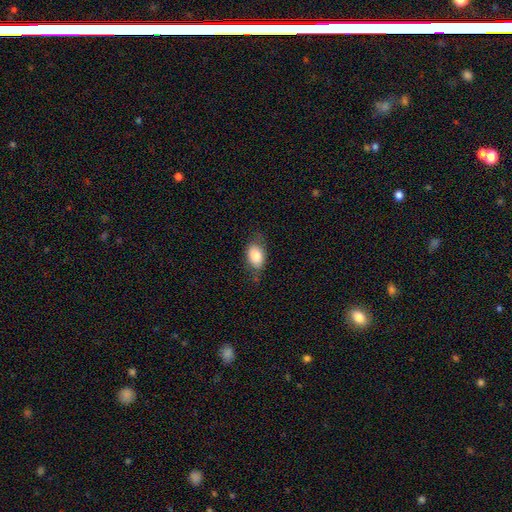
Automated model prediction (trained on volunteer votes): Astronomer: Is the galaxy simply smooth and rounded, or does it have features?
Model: smooth — 83%.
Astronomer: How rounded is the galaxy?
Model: in between — 88%.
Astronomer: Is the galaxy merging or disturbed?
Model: none — 65%.